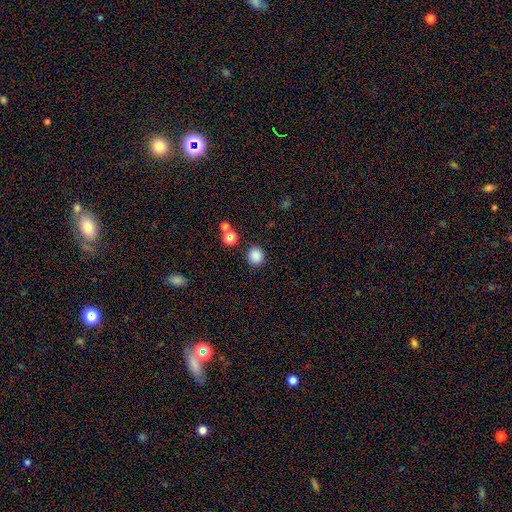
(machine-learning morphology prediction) This is clearly a smooth galaxy (85%). How rounded: clearly round (86%). Merging: clearly none (87%).